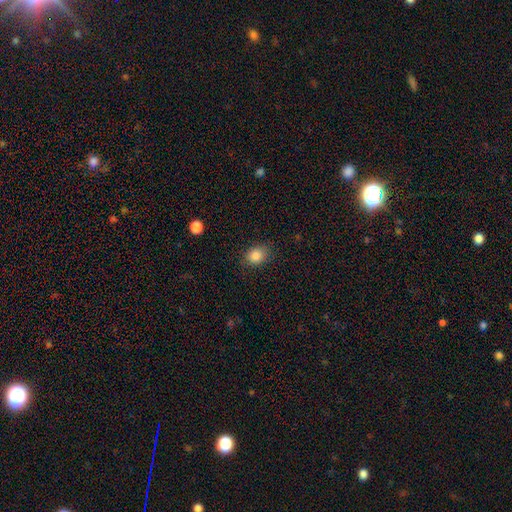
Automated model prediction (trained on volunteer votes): Smooth or featured?
  - smooth: 85% *
  - star or artifact: 10%
  - featured or disk: 5%
How rounded?
  - round: 53% *
  - in between: 46%
  - cigar-shaped: 1%
Merging?
  - none: 82% *
  - minor disturbance: 13%
  - major disturbance: 3%
  - merger: 1%